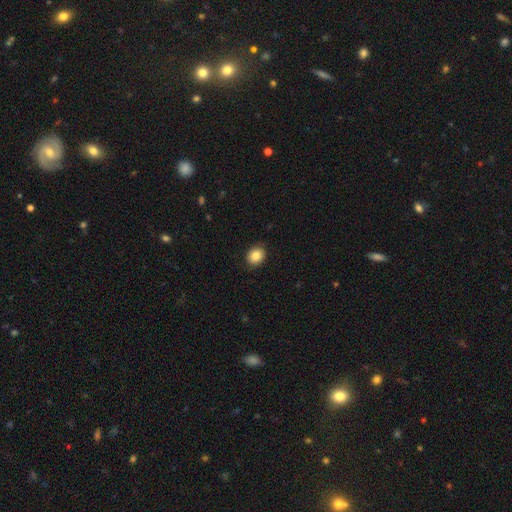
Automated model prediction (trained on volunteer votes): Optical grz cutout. It shows a smooth galaxy with no disk features (86%) that is round (58%). Merging: none (86%).